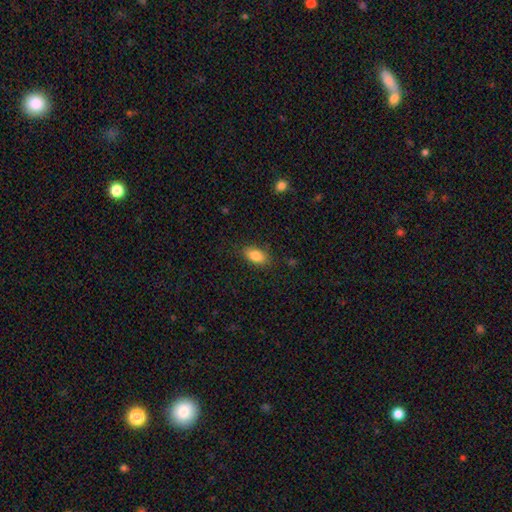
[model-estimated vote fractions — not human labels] smooth-or-featured: smooth: 85% | featured or disk: 8% | star or artifact: 8%
  how-rounded: in between: 89% | cigar-shaped: 6% | round: 5%
  merging: none: 84% | minor disturbance: 12% | major disturbance: 3% | merger: 1%